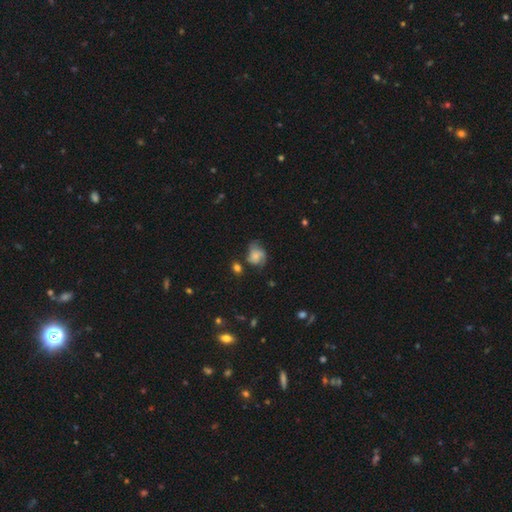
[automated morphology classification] smooth-or-featured: featured or disk: 47% | smooth: 43% | star or artifact: 10%
  merging: none: 50% | minor disturbance: 29% | major disturbance: 16% | merger: 6%